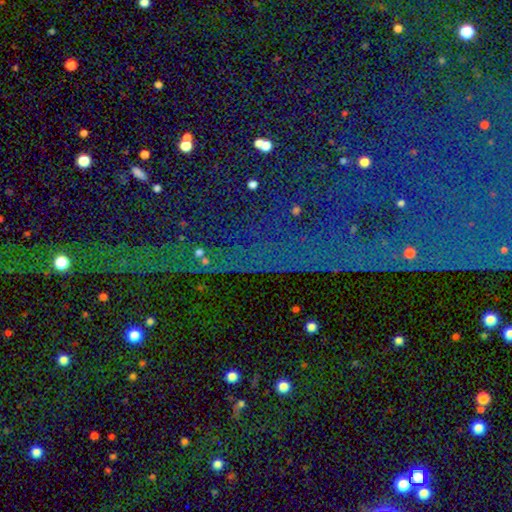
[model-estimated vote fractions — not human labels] Smooth or featured: star or artifact — 83% (featured or disk — 9%)